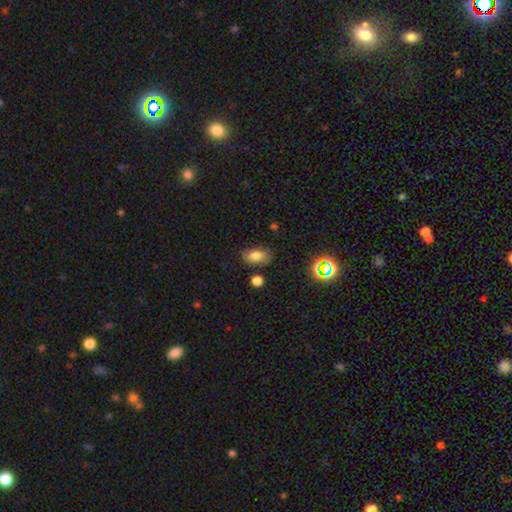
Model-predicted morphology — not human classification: smooth 74%, star or artifact 13%, featured or disk 13%. Down the decision tree: how rounded — in between (89%); merging — none (73%).